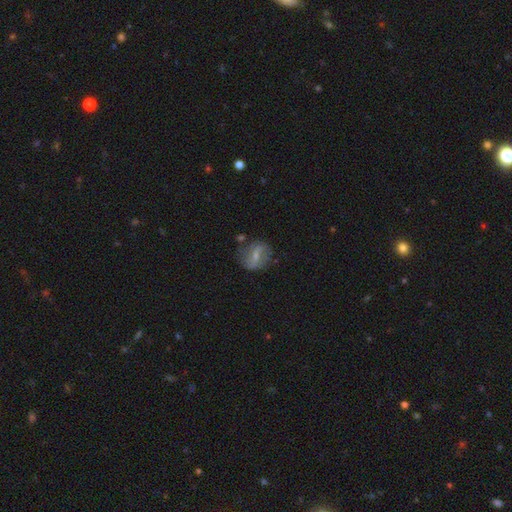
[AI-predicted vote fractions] A featured or disk galaxy (56%) with a weak bar (43%), spiral arms (64%) and a small central bulge (57%).

Vote fractions:
- Smooth or featured? featured or disk: 56% / smooth: 35% / star or artifact: 9%
- Edge-on disk? no: 94% / yes: 6%
- Bar? weak: 43% / strong: 38% / no: 20%
- Spiral arms? yes: 64% / no: 36%
- Bulge size? small: 57% / moderate: 32% / none: 8% / large: 2% / dominant: 1%
- Merging? none: 68% / minor disturbance: 19% / major disturbance: 8% / merger: 5%